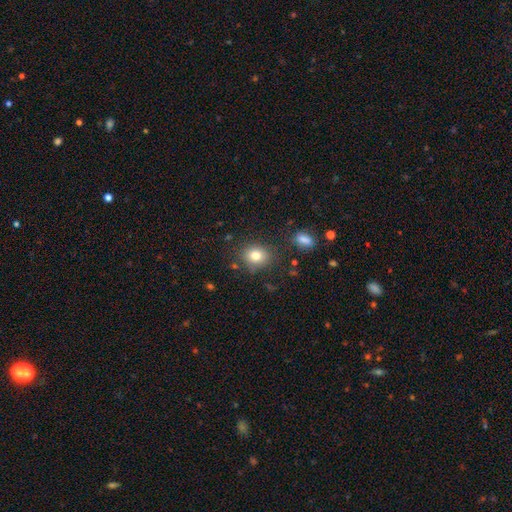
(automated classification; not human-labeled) A smooth galaxy with no disk features (80%) that is round (62%). Merging: none (81%).